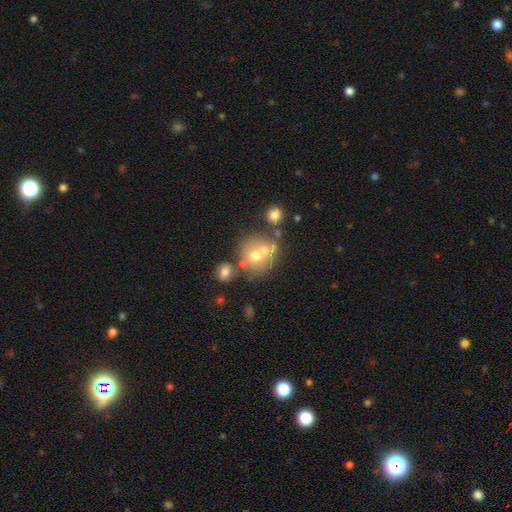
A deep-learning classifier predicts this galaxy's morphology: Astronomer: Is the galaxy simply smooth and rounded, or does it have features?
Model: smooth — 54% (runner-up: featured or disk, 31%).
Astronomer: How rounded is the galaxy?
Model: round — 79%.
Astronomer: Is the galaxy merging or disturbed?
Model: merger — 42% (runner-up: none, 41%).